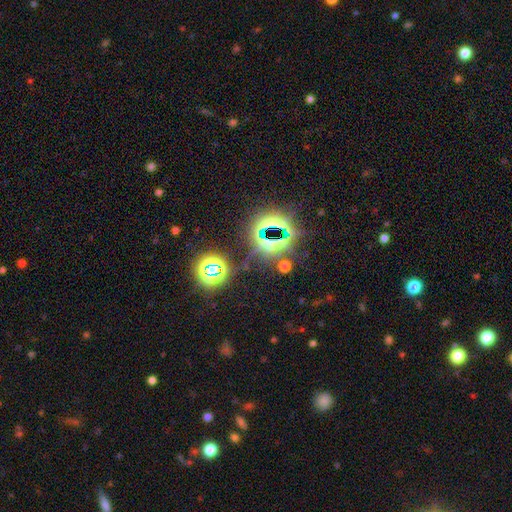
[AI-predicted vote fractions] Q: Smooth or featured?
A: star or artifact (82%); runner-up: smooth (11%)